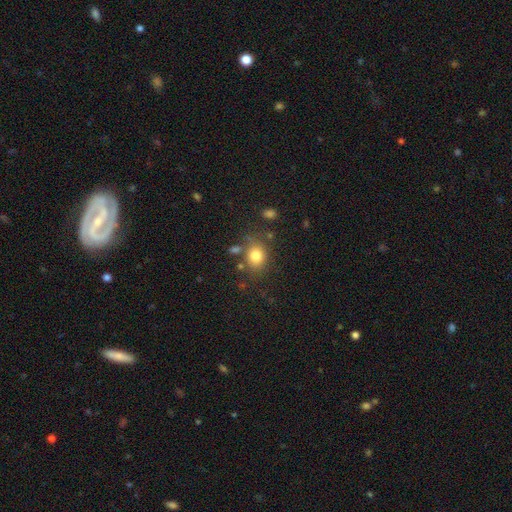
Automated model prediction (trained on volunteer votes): Morphology: type=smooth (81%); roundness=round (57%); merging=none (71%).